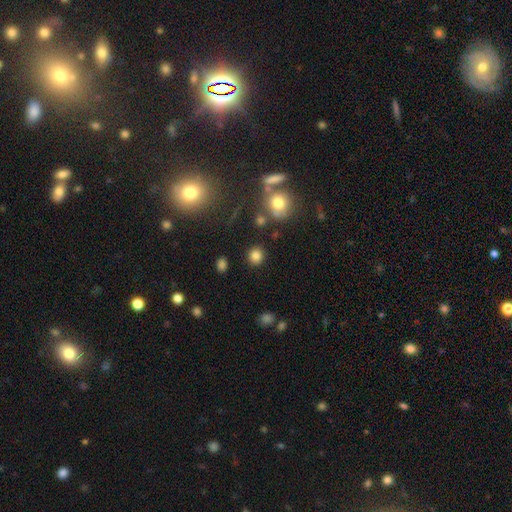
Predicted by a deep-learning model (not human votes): smooth 81%, star or artifact 14%, featured or disk 5%. Down the decision tree: how rounded — round (86%); merging — none (86%).